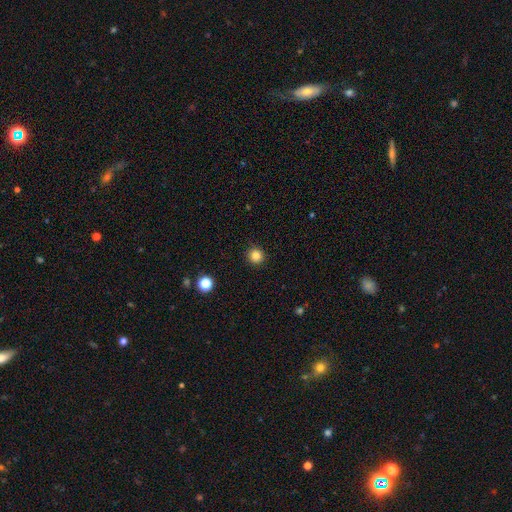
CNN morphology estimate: Overall: smooth (84%). How rounded: round (93%). Merging: none (92%).